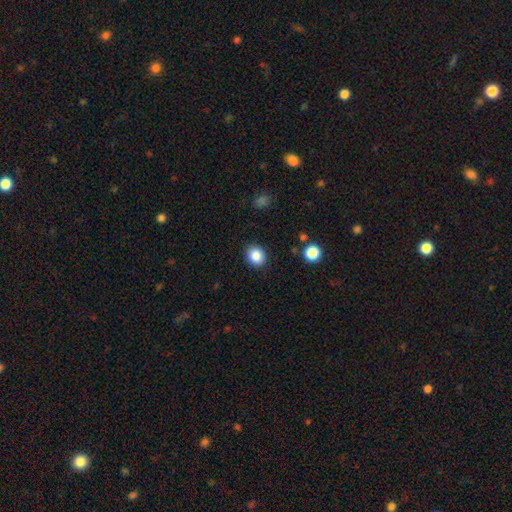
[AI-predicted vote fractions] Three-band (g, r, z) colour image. It shows a smooth galaxy with no disk features (86%) that is round (71%). Merging: none (89%).